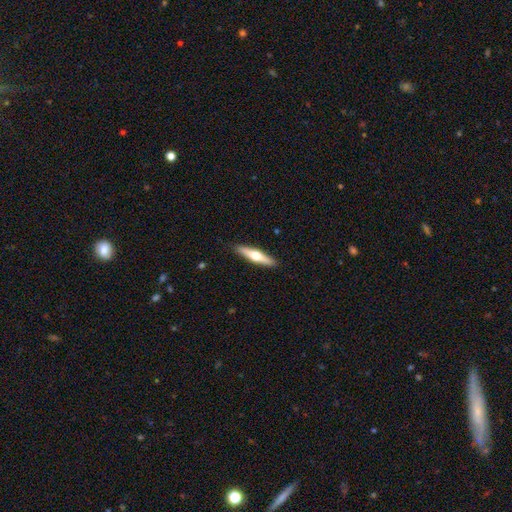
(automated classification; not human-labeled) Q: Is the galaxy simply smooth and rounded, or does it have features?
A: featured or disk — 56%.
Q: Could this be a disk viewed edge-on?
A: yes — 95%.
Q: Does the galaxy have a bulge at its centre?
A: rounded — 94%.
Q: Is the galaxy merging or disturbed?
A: none — 90%.